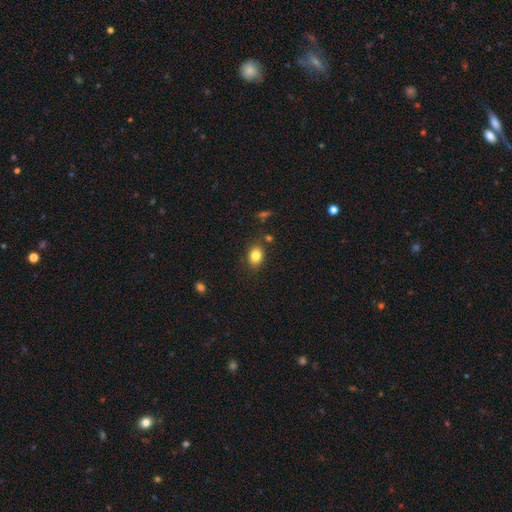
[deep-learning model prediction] A smooth galaxy with no disk features (83%) that is in between round and cigar-shaped (61%). Merging: none (81%).